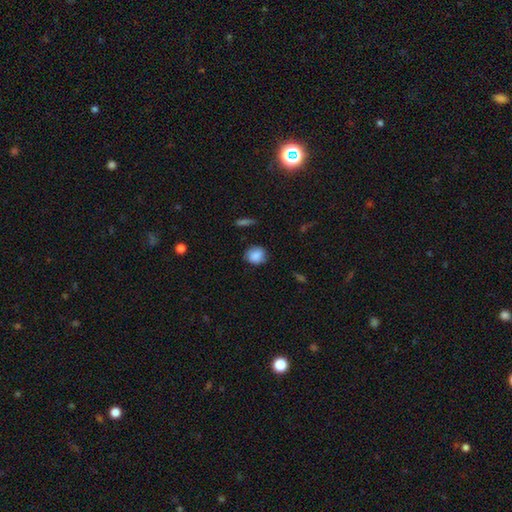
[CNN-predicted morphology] A smooth galaxy with no disk features (85%) that is round (73%).

Vote fractions:
- Smooth or featured? smooth: 85% / star or artifact: 8% / featured or disk: 7%
- How rounded? round: 73% / in between: 26% / cigar-shaped: 1%
- Merging? none: 78% / minor disturbance: 17% / major disturbance: 3% / merger: 1%